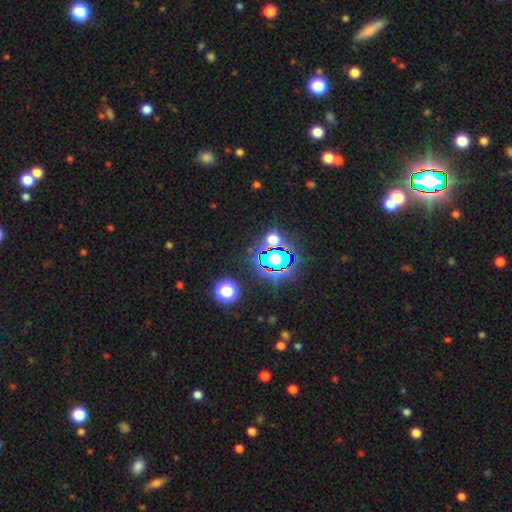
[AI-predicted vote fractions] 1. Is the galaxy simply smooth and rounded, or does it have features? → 81% star or artifact, 11% smooth, 7% featured or disk.